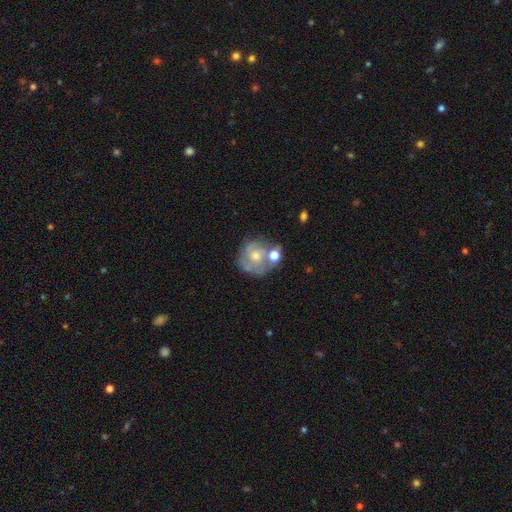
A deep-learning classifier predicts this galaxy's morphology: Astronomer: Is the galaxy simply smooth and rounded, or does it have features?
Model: featured or disk — 56% (runner-up: smooth, 35%).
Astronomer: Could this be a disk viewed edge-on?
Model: no — 97%.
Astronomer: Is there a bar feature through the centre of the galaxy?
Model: no — 81%.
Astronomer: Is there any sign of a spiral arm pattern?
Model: yes — 54% (runner-up: no, 46%).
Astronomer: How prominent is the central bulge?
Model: moderate — 56% (runner-up: small, 34%).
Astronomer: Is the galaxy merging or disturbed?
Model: none — 49%.